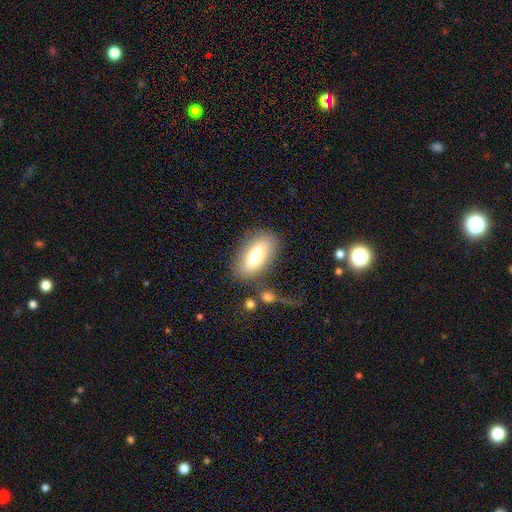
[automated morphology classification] This appears to be a smooth galaxy with no disk features (76%) that is in between round and cigar-shaped (84%). Merging: none (74%).